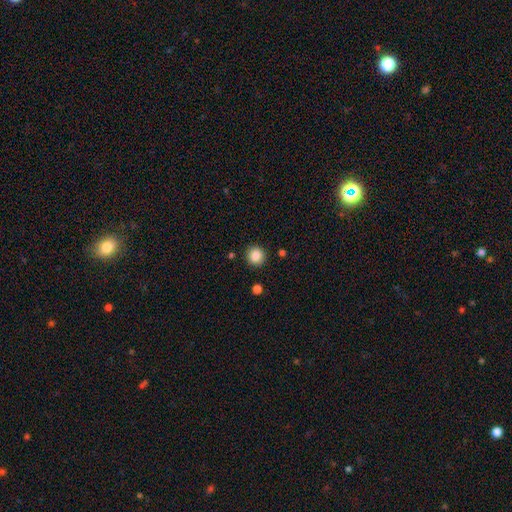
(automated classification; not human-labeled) Smooth or featured: smooth — 87% (star or artifact — 9%)
How rounded: round — 92% (in between — 7%)
Merging: none — 90% (minor disturbance — 6%)